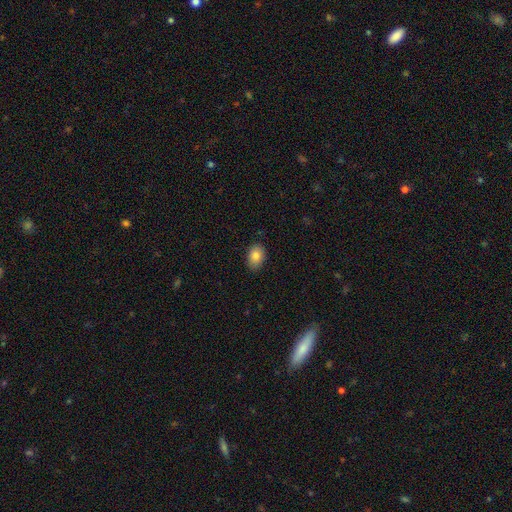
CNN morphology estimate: type=smooth (84%); roundness=in between (82%); merging=none (86%).